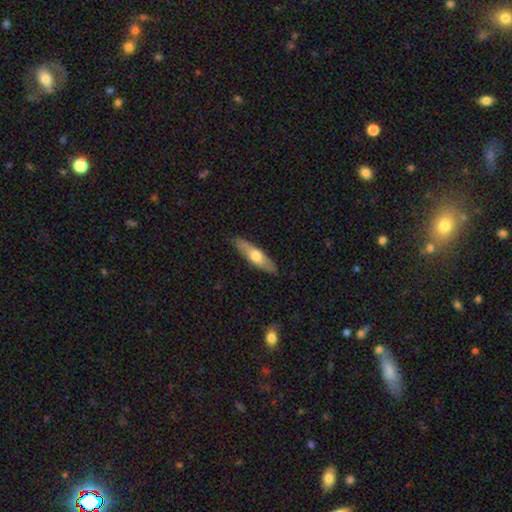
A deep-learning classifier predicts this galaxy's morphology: Smooth or featured: smooth — 55% (featured or disk — 40%)
How rounded: cigar-shaped — 66% (in between — 32%)
Merging: none — 86% (minor disturbance — 11%)